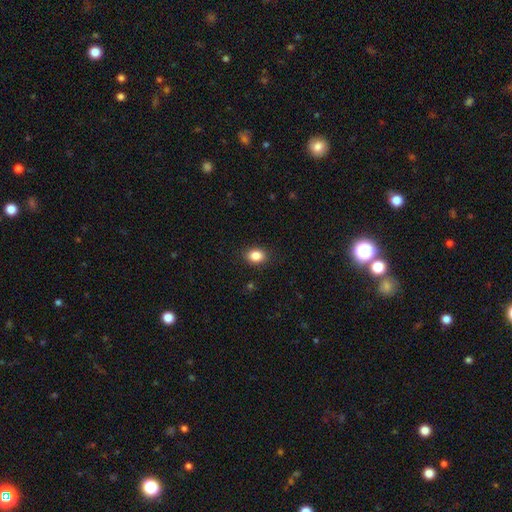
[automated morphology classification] Smooth or featured?
  - smooth: 86% *
  - star or artifact: 9%
  - featured or disk: 5%
How rounded?
  - in between: 64% *
  - round: 35%
  - cigar-shaped: 1%
Merging?
  - none: 89% *
  - minor disturbance: 8%
  - major disturbance: 2%
  - merger: 1%